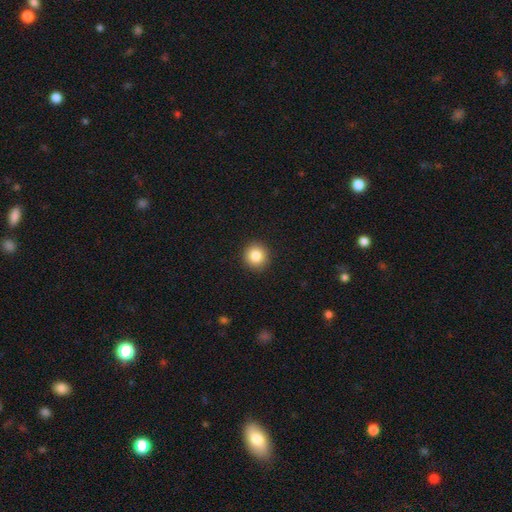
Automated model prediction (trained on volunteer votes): smooth 85%, star or artifact 10%, featured or disk 6%. Down the decision tree: how rounded — round (93%); merging — none (92%).